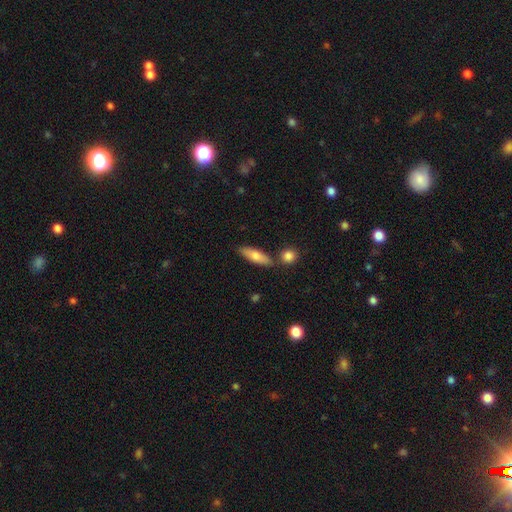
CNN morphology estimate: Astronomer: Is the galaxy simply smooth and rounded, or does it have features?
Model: smooth — 71%.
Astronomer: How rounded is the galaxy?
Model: cigar-shaped — 50% (runner-up: in between, 45%).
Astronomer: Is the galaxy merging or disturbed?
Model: none — 77%.